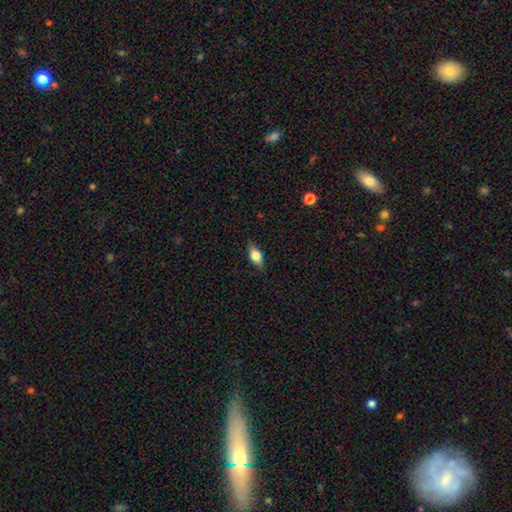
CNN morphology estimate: smooth_or_featured: smooth (p=0.75) [alt: featured or disk p=0.17]
how_rounded: in between (p=0.83) [alt: round p=0.09]
merging: none (p=0.81) [alt: minor disturbance p=0.15]